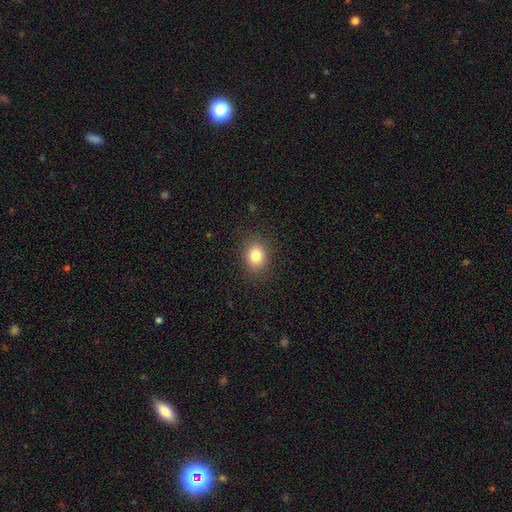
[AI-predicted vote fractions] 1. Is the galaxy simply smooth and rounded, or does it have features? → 82% smooth, 11% star or artifact, 7% featured or disk.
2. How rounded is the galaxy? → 58% round, 41% in between, 1% cigar-shaped.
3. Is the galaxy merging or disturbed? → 87% none, 9% minor disturbance, 3% major disturbance, 1% merger.